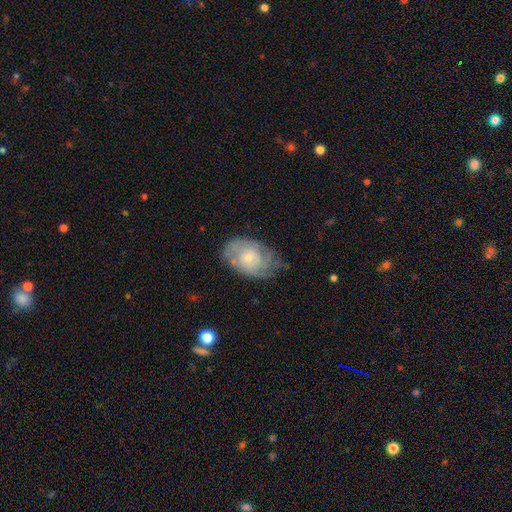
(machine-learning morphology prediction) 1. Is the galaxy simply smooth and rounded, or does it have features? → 63% featured or disk, 30% smooth, 7% star or artifact.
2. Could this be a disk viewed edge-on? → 96% no, 4% yes.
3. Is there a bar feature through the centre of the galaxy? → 79% no, 19% weak, 2% strong.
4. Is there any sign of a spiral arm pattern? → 80% yes, 20% no.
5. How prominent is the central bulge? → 64% small, 30% moderate, 3% none, 2% large, 1% dominant.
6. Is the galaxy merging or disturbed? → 59% none, 28% minor disturbance, 11% major disturbance, 2% merger.